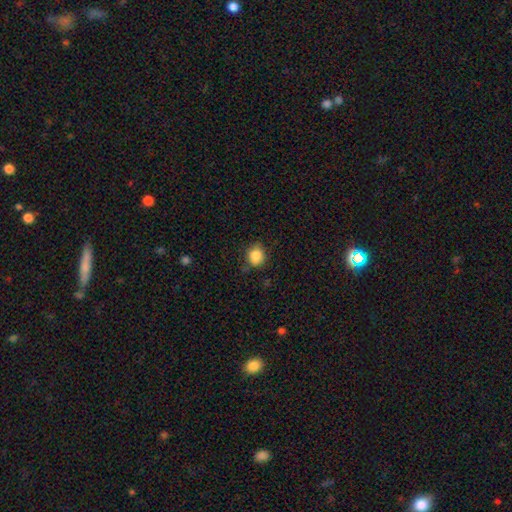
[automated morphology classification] Smooth or featured: smooth — 86% (star or artifact — 9%)
How rounded: round — 70% (in between — 29%)
Merging: none — 74% (minor disturbance — 20%)